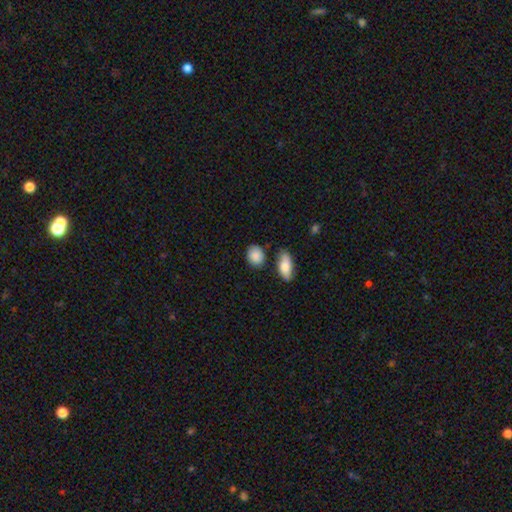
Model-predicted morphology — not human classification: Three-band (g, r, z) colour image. It shows a smooth galaxy with no disk features (88%) that is in between round and cigar-shaped (54%). Merging: none (75%).